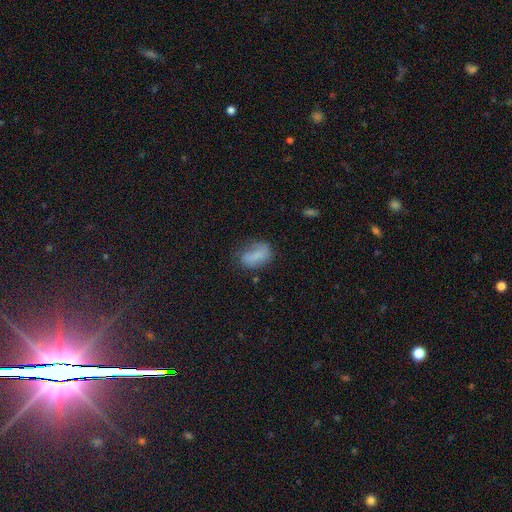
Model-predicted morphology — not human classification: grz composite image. It shows a smooth galaxy with no disk features (73%) that is in between round and cigar-shaped (85%). Merging: none (51%).